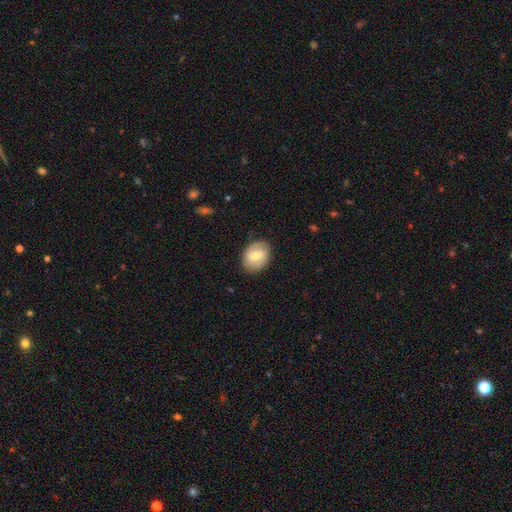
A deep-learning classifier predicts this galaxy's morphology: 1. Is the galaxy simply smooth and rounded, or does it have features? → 55% smooth, 38% featured or disk, 7% star or artifact.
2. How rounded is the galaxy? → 60% in between, 38% round, 1% cigar-shaped.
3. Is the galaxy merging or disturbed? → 84% none, 12% minor disturbance, 3% major disturbance, 1% merger.